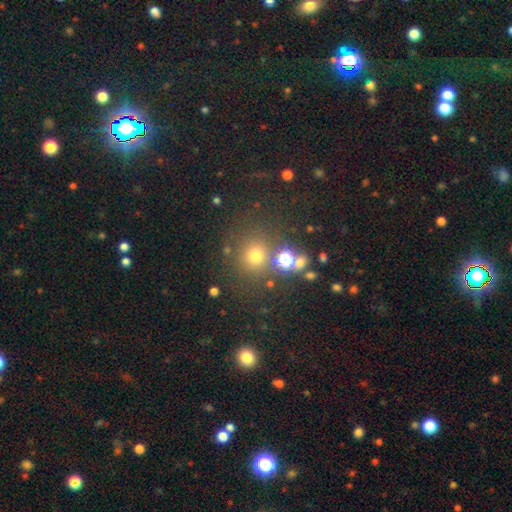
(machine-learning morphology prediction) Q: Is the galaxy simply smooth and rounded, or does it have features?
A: smooth — 68%.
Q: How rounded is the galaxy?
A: round — 88%.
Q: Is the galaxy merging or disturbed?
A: none — 77%.